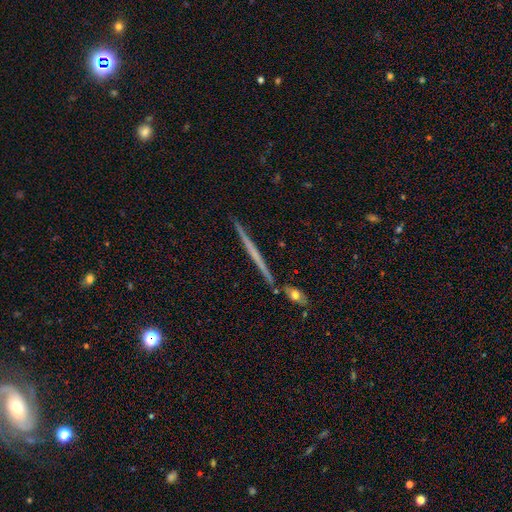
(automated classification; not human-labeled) Smooth or featured? featured or disk (62%)
Edge-on disk? yes (98%)
Edge-on bulge? none (86%)
Merging? none (90%)